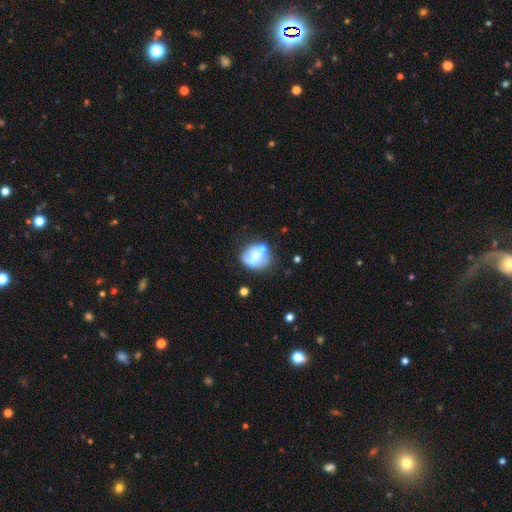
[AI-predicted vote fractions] Morphology: type=smooth (46%); merging=none (38%).